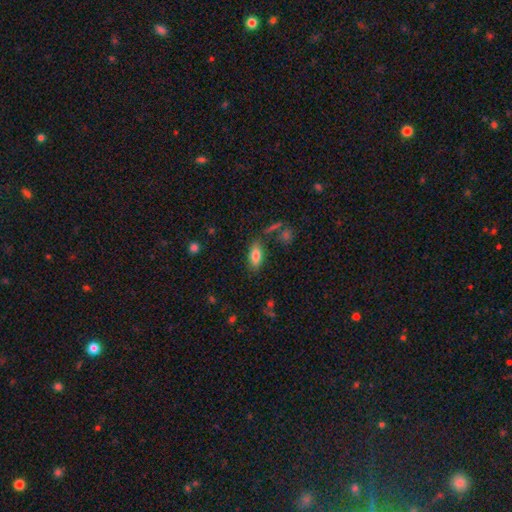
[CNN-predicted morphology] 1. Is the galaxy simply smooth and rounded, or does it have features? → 80% smooth, 12% featured or disk, 8% star or artifact.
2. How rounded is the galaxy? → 83% in between, 14% cigar-shaped, 3% round.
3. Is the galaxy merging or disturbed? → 80% none, 12% minor disturbance, 4% merger, 3% major disturbance.